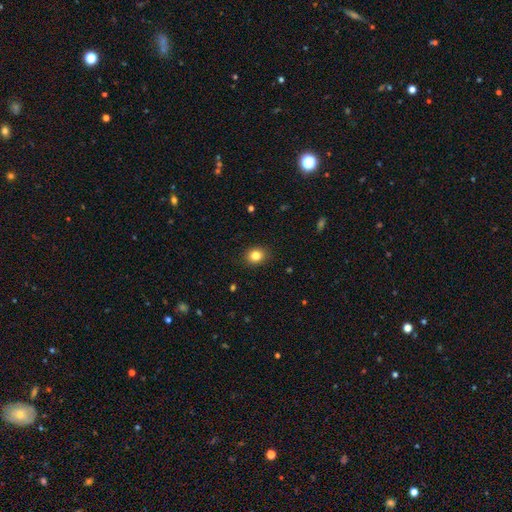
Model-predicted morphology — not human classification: Overall: smooth (83%). How rounded: round (65%; in between 34%). Merging: none (89%).